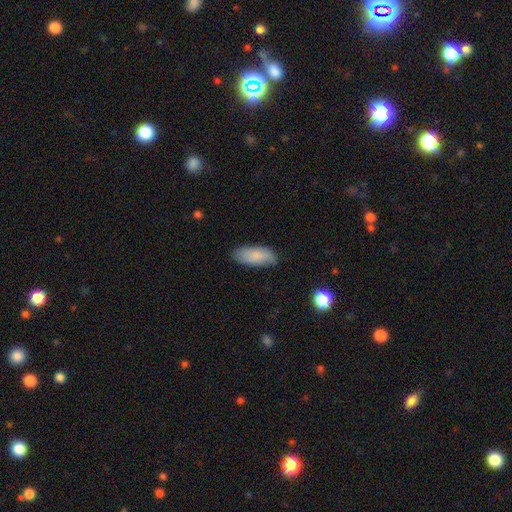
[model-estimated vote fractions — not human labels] A smooth galaxy with no disk features (83%) that is in between round and cigar-shaped (83%).

Vote fractions:
- Smooth or featured? smooth: 83% / featured or disk: 11% / star or artifact: 6%
- How rounded? in between: 83% / cigar-shaped: 16% / round: 2%
- Merging? none: 78% / minor disturbance: 18% / major disturbance: 3% / merger: 1%